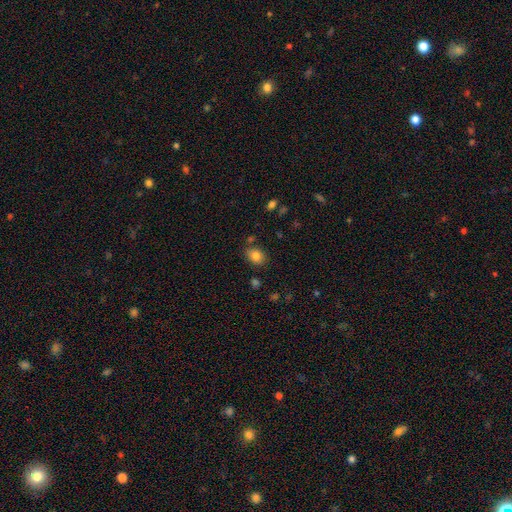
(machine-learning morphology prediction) smooth_or_featured: smooth (p=0.82) [alt: star or artifact p=0.10]
how_rounded: in between (p=0.63) [alt: round p=0.36]
merging: none (p=0.78) [alt: minor disturbance p=0.14]